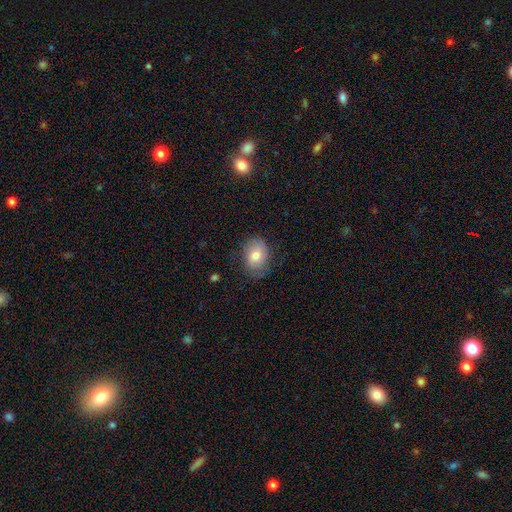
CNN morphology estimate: smooth 72%, featured or disk 20%, star or artifact 8%. Down the decision tree: how rounded — in between (69%); merging — none (70%).